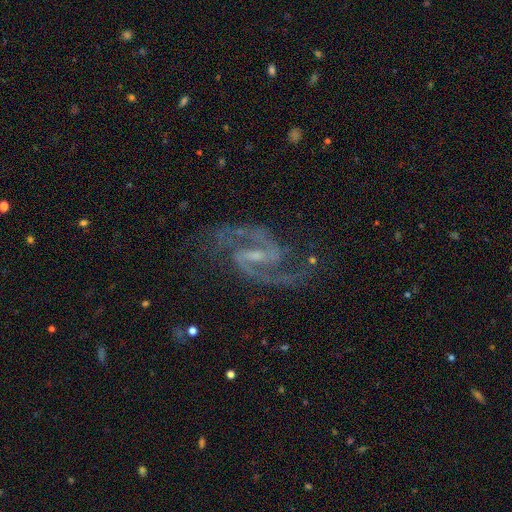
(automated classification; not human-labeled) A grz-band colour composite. It shows a featured or disk galaxy (94%) with a weak bar (52%), 2 (95%) medium (66%) spiral arms (99%) and a small central bulge (59%). Merging: none (78%).